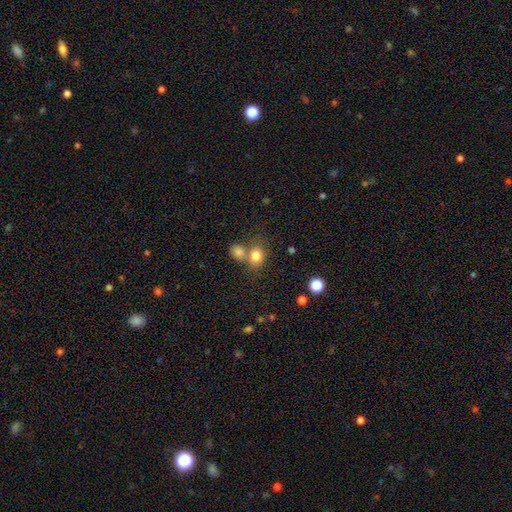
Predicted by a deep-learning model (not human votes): The model was most divided on "how rounded": in between: 52%, round: 47%, cigar-shaped: 1%. Remaining: smooth or featured — smooth (81%); merging — none (46%).